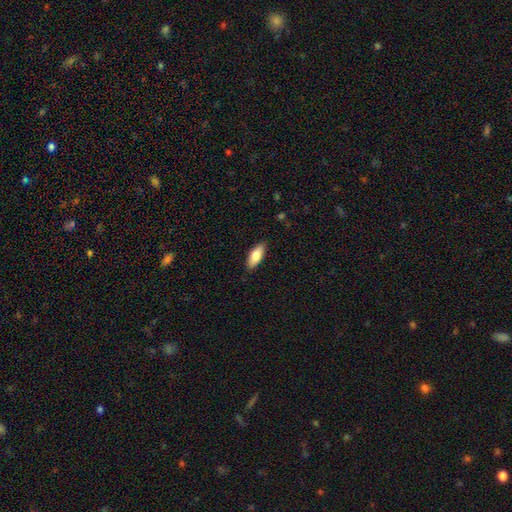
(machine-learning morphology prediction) Overall: smooth (78%). How rounded: in between (75%). Merging: none (88%).